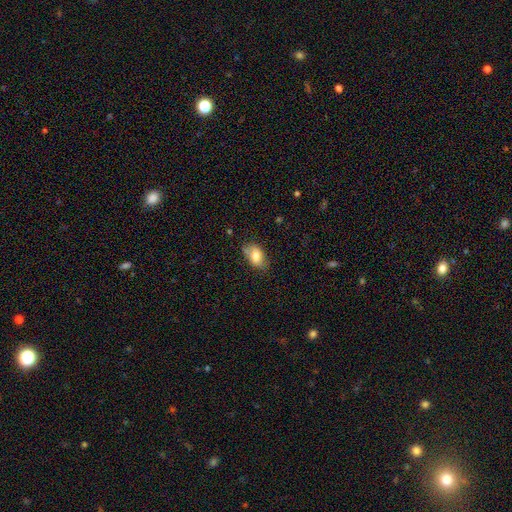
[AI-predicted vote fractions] Smooth or featured? smooth (78%)
How rounded? in between (89%)
Merging? none (61%)